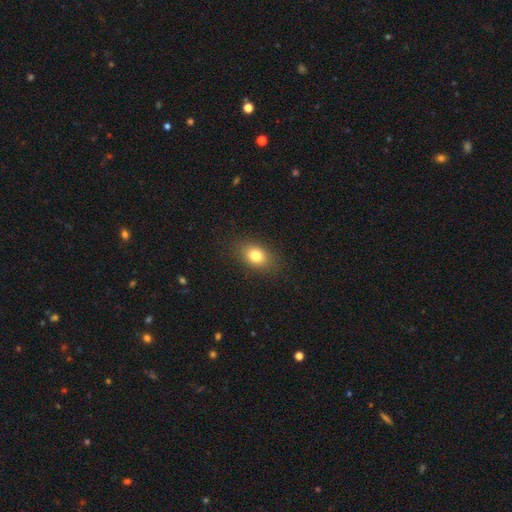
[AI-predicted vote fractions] Overall: smooth (79%). How rounded: in between (72%). Merging: none (85%).